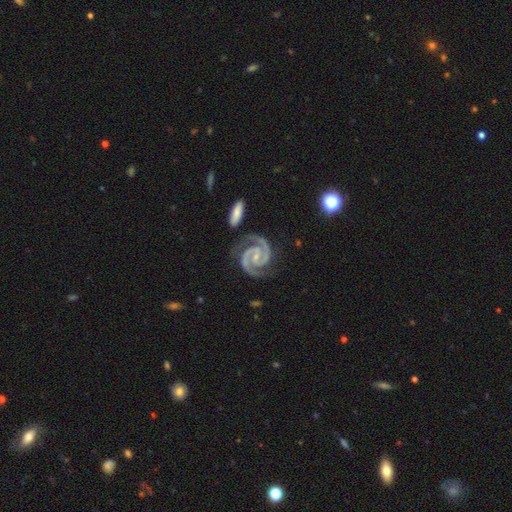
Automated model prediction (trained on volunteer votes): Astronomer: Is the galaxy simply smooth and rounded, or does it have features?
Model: featured or disk — 94%.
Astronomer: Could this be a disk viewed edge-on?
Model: no — 98%.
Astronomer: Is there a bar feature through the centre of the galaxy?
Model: no — 44% (runner-up: weak, 34%).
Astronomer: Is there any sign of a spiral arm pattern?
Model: yes — 99%.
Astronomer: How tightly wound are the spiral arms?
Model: tight — 56% (runner-up: medium, 41%).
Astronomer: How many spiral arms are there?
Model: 2 — 93%.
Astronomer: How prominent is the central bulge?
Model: small — 73%.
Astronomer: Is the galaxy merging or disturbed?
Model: none — 78%.